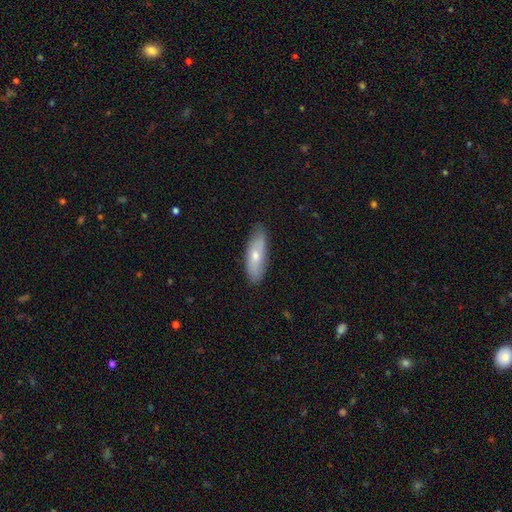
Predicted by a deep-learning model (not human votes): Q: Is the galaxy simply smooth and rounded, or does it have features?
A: smooth — 62%.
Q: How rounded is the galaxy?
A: in between — 60%.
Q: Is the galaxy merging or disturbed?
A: none — 81%.